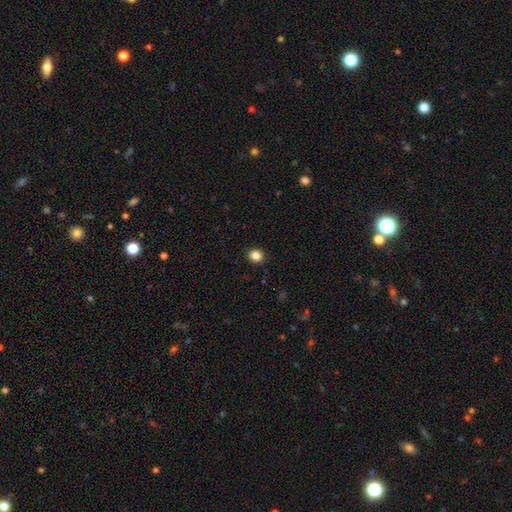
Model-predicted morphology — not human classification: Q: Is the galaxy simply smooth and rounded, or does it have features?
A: smooth — 85%.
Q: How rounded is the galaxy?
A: round — 78%.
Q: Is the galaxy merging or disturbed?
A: none — 91%.